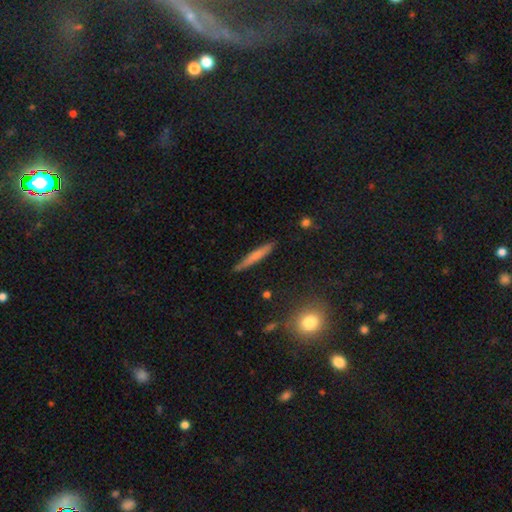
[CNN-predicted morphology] Overall: smooth (65%; featured or disk 29%). How rounded: cigar-shaped (94%). Merging: none (86%).